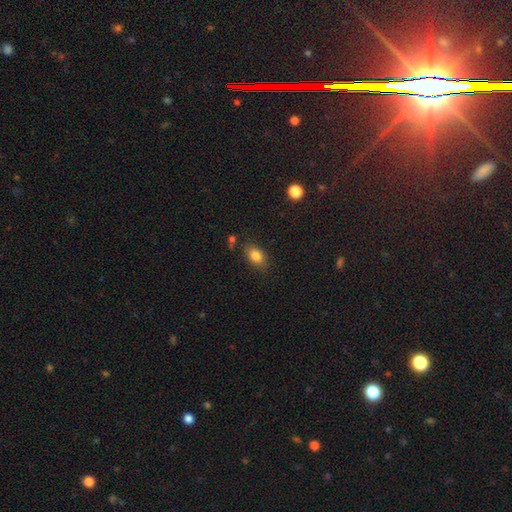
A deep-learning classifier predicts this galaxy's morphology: This appears to be a smooth galaxy with no disk features (82%) that is in between round and cigar-shaped (84%). Merging: none (80%).